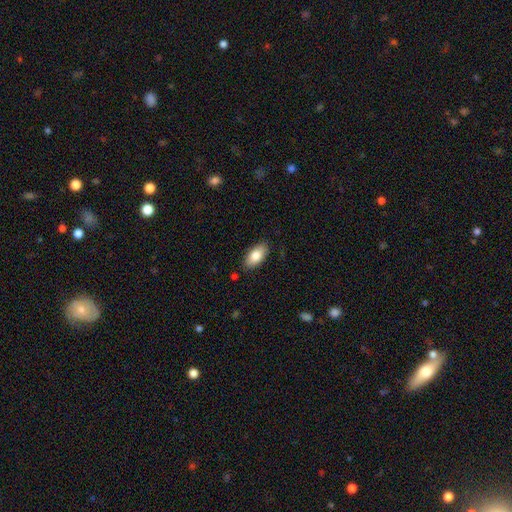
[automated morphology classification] This appears to be a smooth galaxy with no disk features (81%) that is in between round and cigar-shaped (93%). Merging: none (86%).